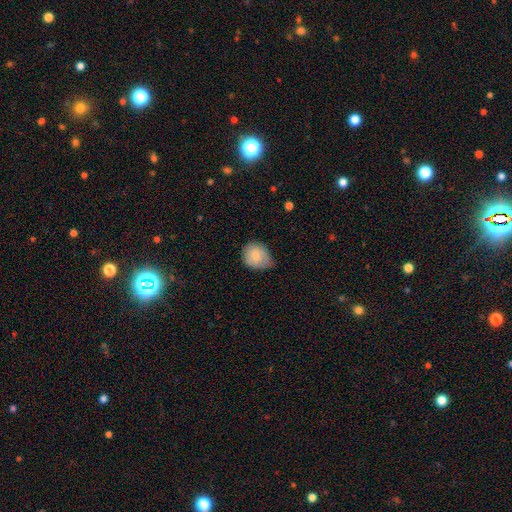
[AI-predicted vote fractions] Smooth or featured? Predicted: smooth (p=0.79). How rounded? Predicted: round (p=0.61). Merging? Predicted: minor disturbance (p=0.45).